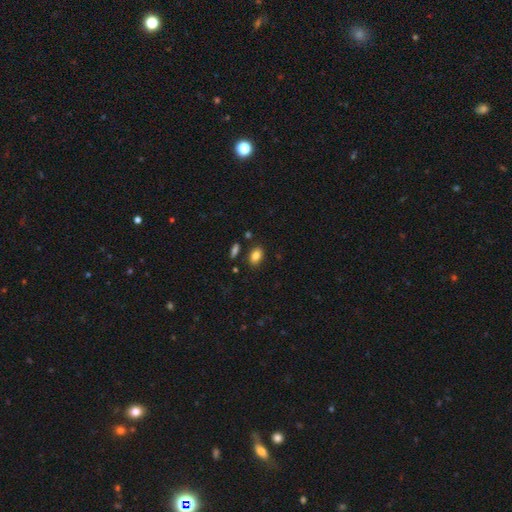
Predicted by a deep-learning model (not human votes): smooth 85%, star or artifact 9%, featured or disk 6%. Down the decision tree: how rounded — in between (84%); merging — none (84%).